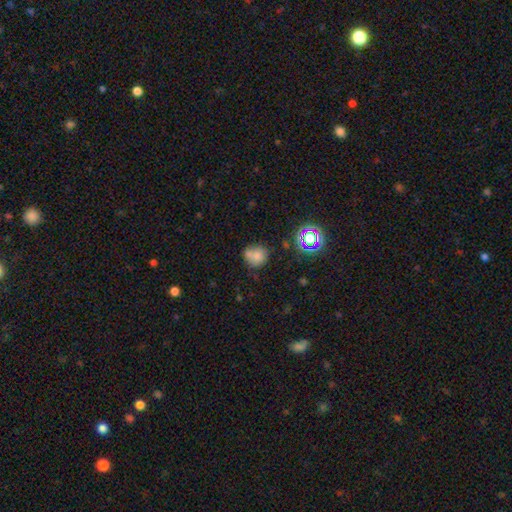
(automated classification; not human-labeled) This appears to be a smooth galaxy with no disk features (72%) that is round (83%). Merging: none (52%).